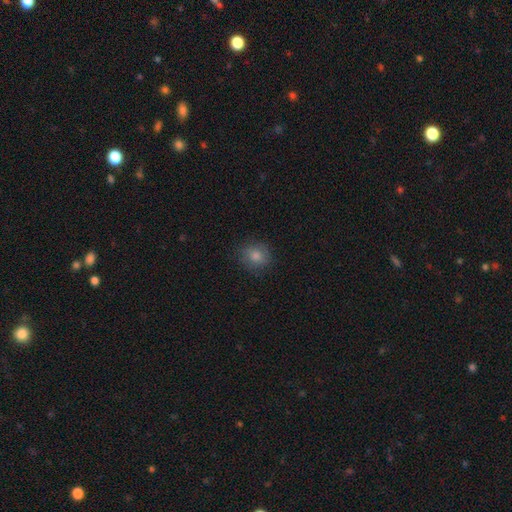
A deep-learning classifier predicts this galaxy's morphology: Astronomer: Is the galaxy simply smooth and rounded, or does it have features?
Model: smooth — 76%.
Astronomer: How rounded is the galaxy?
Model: round — 78%.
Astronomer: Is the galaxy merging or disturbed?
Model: none — 85%.